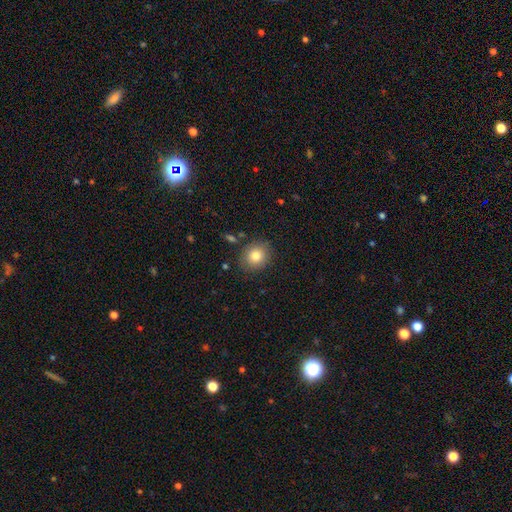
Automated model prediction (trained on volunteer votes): A smooth galaxy with no disk features (82%) that is round (72%). Merging: none (84%).